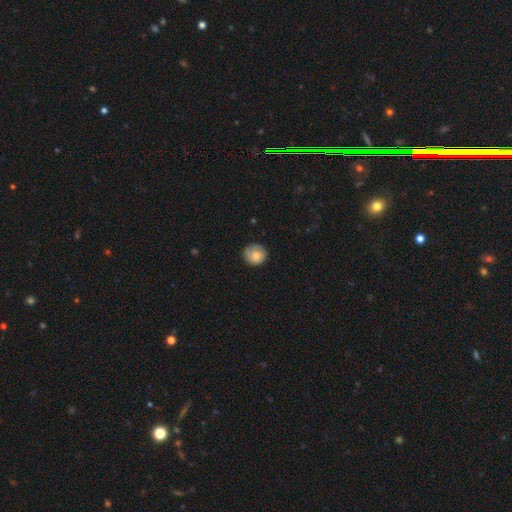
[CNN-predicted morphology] smooth_or_featured: smooth (p=0.81) [alt: featured or disk p=0.11]
how_rounded: round (p=0.83) [alt: in between p=0.16]
merging: none (p=0.78) [alt: minor disturbance p=0.18]